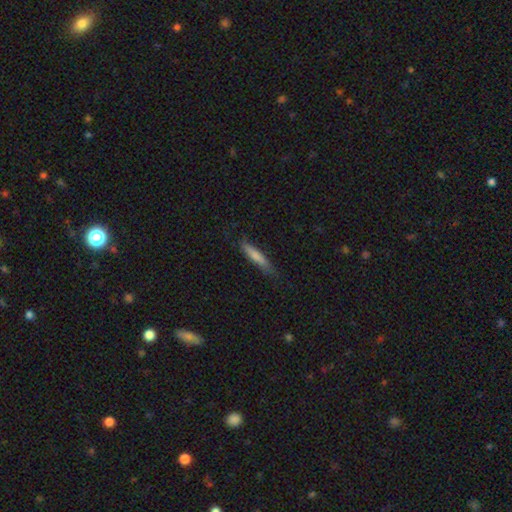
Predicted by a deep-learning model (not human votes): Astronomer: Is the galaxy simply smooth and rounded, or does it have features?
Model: smooth — 75%.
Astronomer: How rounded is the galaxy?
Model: cigar-shaped — 88%.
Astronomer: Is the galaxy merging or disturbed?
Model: none — 76%.